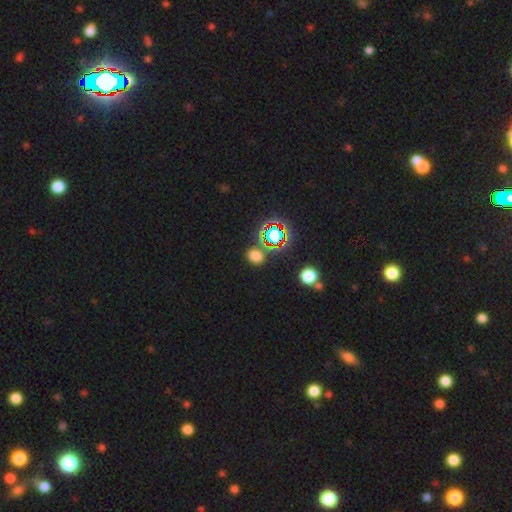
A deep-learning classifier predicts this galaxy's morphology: smooth_or_featured: smooth (p=0.62) [alt: star or artifact p=0.31]
how_rounded: round (p=0.57) [alt: in between p=0.42]
merging: none (p=0.79) [alt: minor disturbance p=0.10]